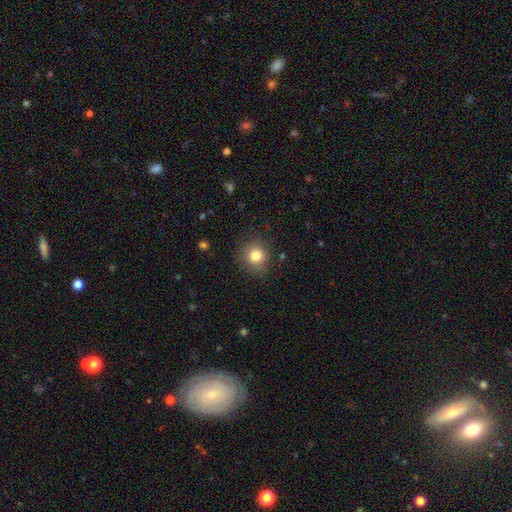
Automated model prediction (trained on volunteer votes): This appears to be a smooth galaxy with no disk features (82%) that is round (86%). Merging: none (84%).